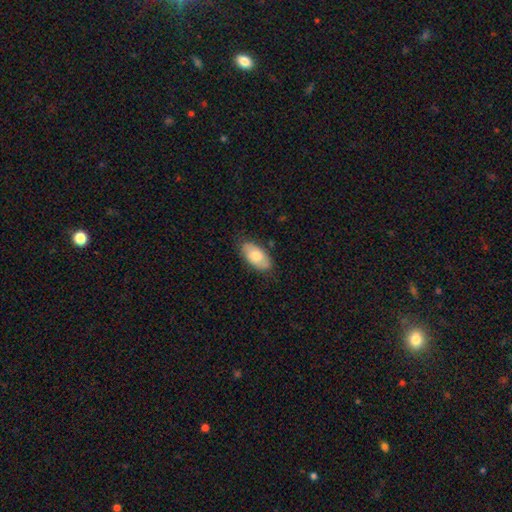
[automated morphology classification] A smooth galaxy with no disk features (73%) that is in between round and cigar-shaped (94%).

Vote fractions:
- Smooth or featured? smooth: 73% / featured or disk: 21% / star or artifact: 6%
- How rounded? in between: 94% / cigar-shaped: 3% / round: 3%
- Merging? none: 81% / minor disturbance: 15% / major disturbance: 3% / merger: 1%